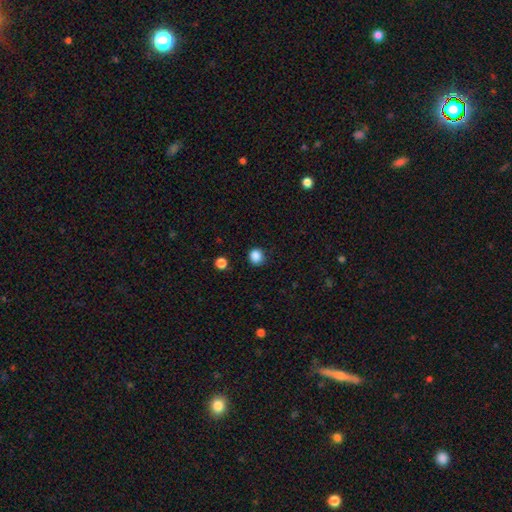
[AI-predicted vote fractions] This appears to be a smooth galaxy with no disk features (86%) that is round (90%). Merging: none (86%).